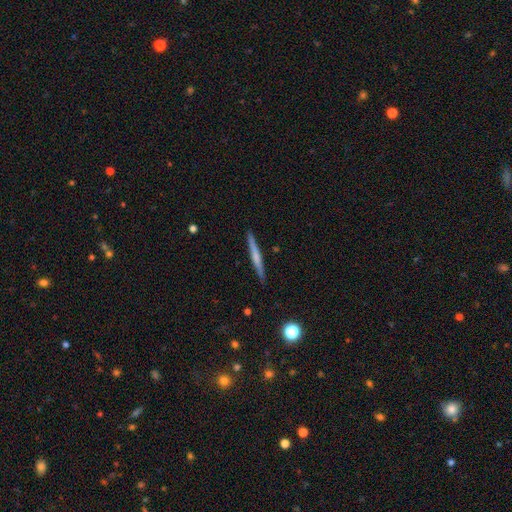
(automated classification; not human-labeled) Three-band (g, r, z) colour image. It shows a featured or disk galaxy (51%) viewed edge-on (98%). Merging: none (90%).